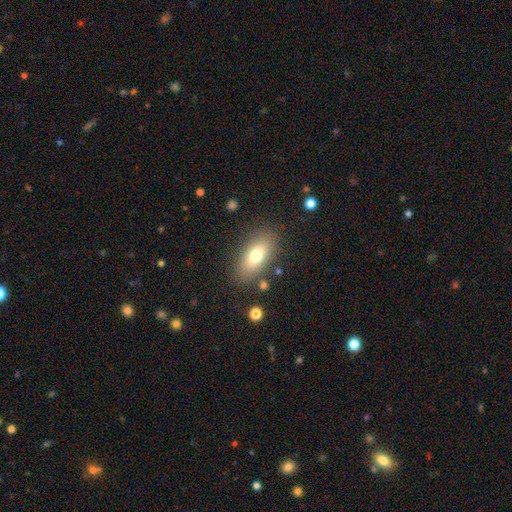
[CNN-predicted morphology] smooth-or-featured: smooth: 72% | featured or disk: 19% | star or artifact: 9%
  how-rounded: in between: 84% | cigar-shaped: 11% | round: 5%
  merging: none: 82% | minor disturbance: 11% | major disturbance: 4% | merger: 3%